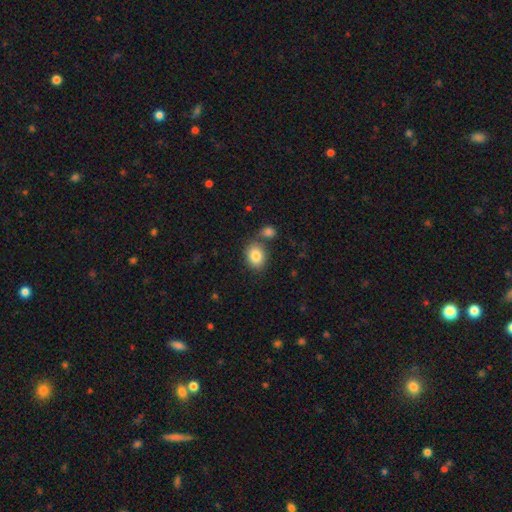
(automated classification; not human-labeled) smooth_or_featured: smooth (p=0.83) [alt: star or artifact p=0.09]
how_rounded: in between (p=0.54) [alt: round p=0.45]
merging: none (p=0.63) [alt: merger p=0.21]